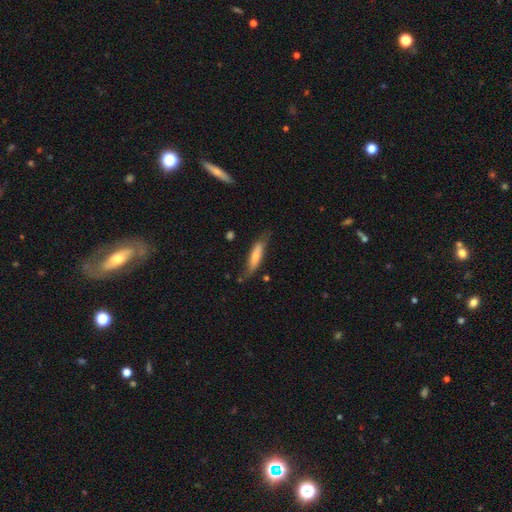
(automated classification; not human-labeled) smooth 62%, featured or disk 32%, star or artifact 6%. Down the decision tree: how rounded — cigar-shaped (73%); merging — none (63%).